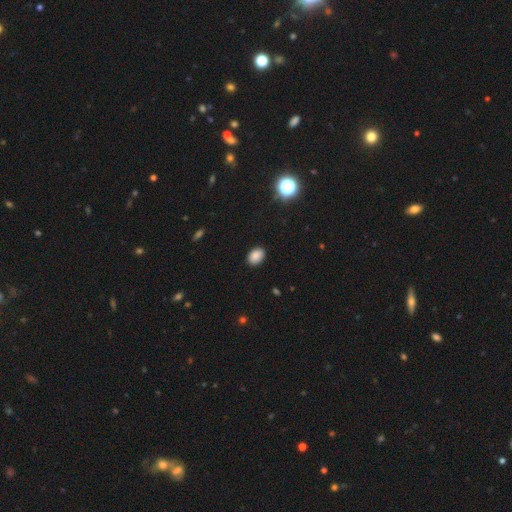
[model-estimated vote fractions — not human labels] A smooth galaxy with no disk features (86%) that is in between round and cigar-shaped (78%). Merging: none (88%).